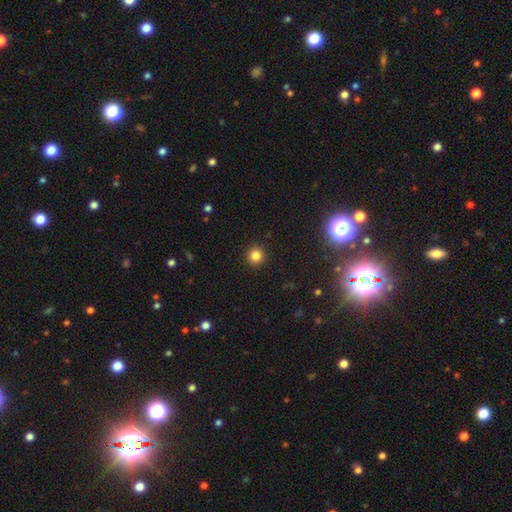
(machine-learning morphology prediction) smooth 83%, star or artifact 13%, featured or disk 5%. Down the decision tree: how rounded — round (95%); merging — none (93%).